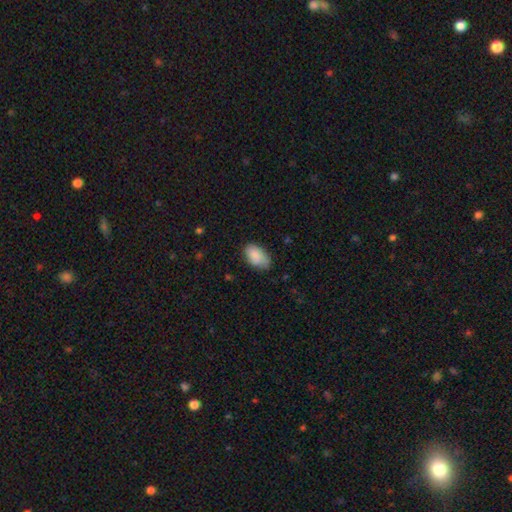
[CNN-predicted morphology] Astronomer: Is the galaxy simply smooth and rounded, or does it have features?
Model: smooth — 87%.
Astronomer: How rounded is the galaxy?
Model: in between — 92%.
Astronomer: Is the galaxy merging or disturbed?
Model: none — 67%.